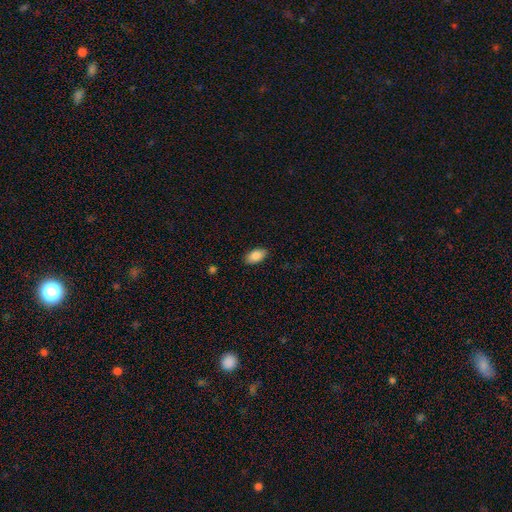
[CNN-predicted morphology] type=smooth (86%); roundness=in between (93%); merging=none (88%).